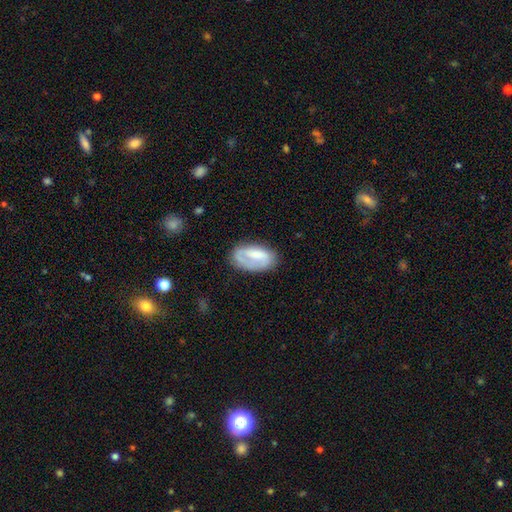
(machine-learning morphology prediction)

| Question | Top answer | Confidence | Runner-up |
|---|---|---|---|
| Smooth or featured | smooth | 55% | featured or disk (38%) |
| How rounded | in between | 92% | round (4%) |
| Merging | none | 62% | minor disturbance (24%) |